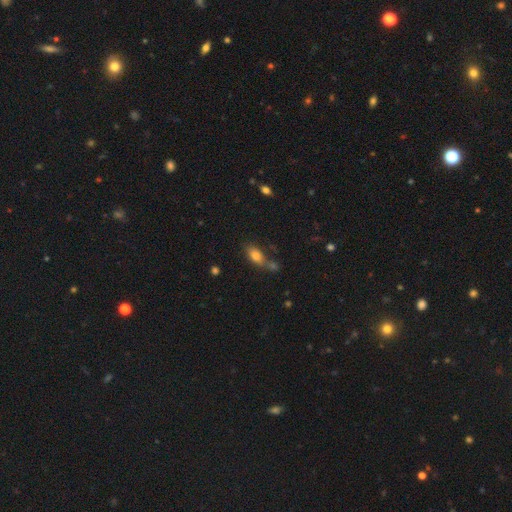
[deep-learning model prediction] Morphology: type=smooth (77%); roundness=in between (83%); merging=none (50%).